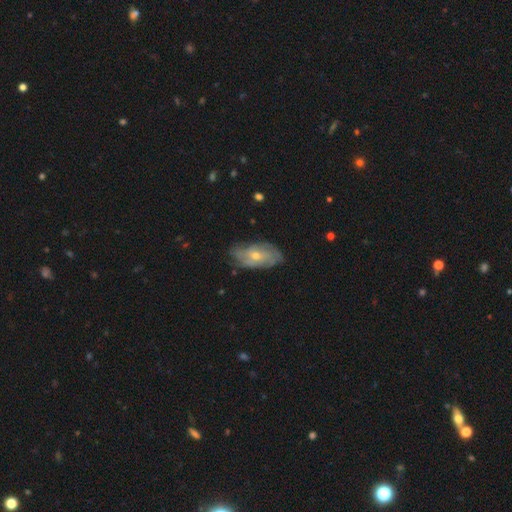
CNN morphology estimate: A featured or disk galaxy (66%) with no bar (71%), spiral arms (77%) and a small central bulge (49%).

Vote fractions:
- Smooth or featured? featured or disk: 66% / smooth: 27% / star or artifact: 8%
- Edge-on disk? no: 90% / yes: 10%
- Bar? no: 71% / weak: 24% / strong: 5%
- Spiral arms? yes: 77% / no: 23%
- Bulge size? small: 49% / moderate: 47% / large: 1% / none: 1% / dominant: 1%
- Merging? none: 71% / minor disturbance: 22% / major disturbance: 5% / merger: 1%